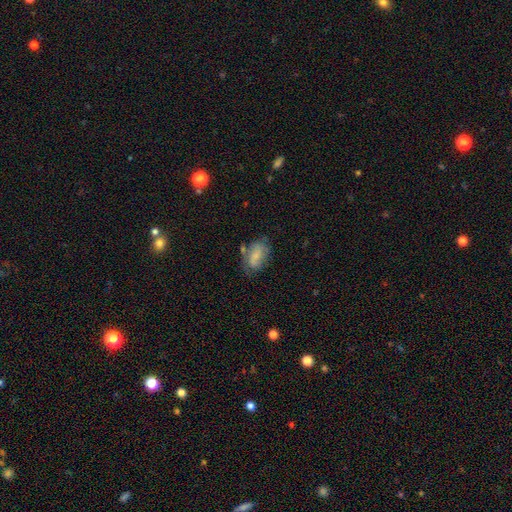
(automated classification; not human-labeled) This appears to be a smooth galaxy with no disk features (65%) that is in between round and cigar-shaped (89%). Merging: none (54%).